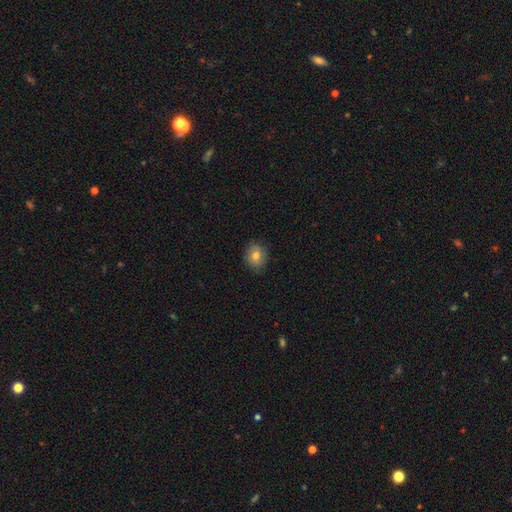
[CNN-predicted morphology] smooth-or-featured: smooth: 75% | featured or disk: 16% | star or artifact: 9%
  how-rounded: round: 59% | in between: 40% | cigar-shaped: 1%
  merging: none: 82% | minor disturbance: 14% | major disturbance: 3% | merger: 1%